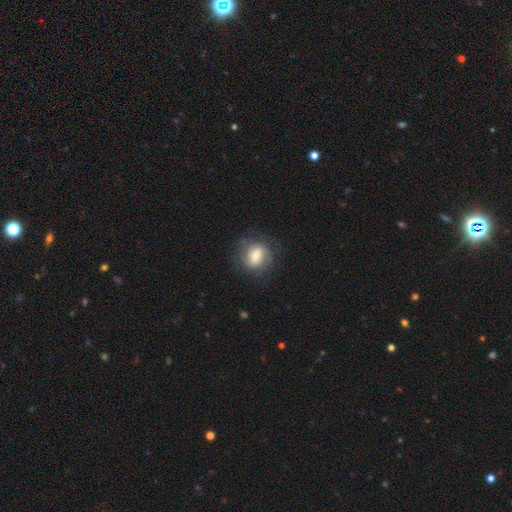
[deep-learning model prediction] smooth 54%, featured or disk 37%, star or artifact 9%. Down the decision tree: how rounded — round (71%); merging — none (74%).